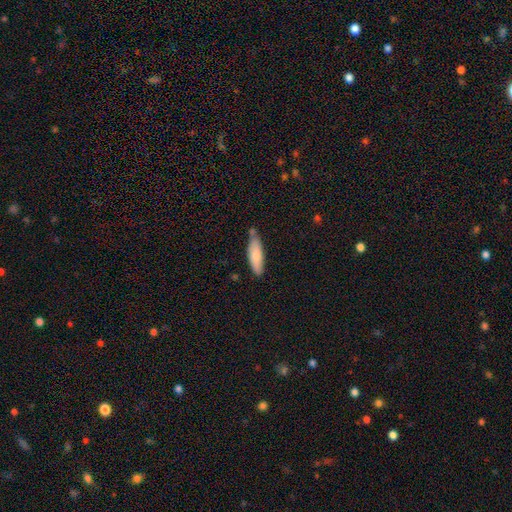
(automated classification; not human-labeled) Smooth or featured?
  - smooth: 78% *
  - featured or disk: 16%
  - star or artifact: 6%
How rounded?
  - cigar-shaped: 53% *
  - in between: 45%
  - round: 2%
Merging?
  - none: 63% *
  - minor disturbance: 23%
  - merger: 10%
  - major disturbance: 4%